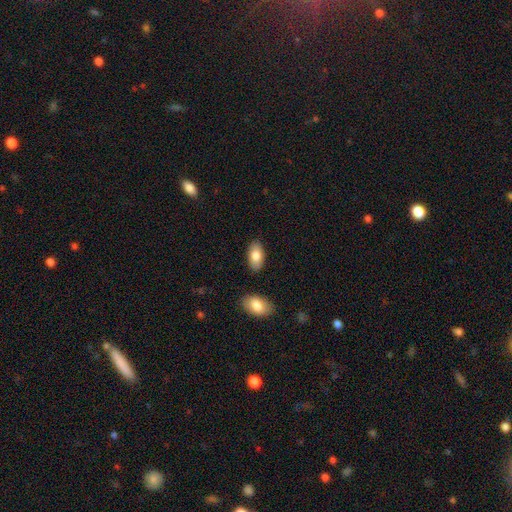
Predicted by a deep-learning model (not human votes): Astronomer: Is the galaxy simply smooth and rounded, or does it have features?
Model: smooth — 82%.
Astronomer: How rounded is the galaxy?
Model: in between — 94%.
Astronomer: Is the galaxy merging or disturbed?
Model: none — 85%.